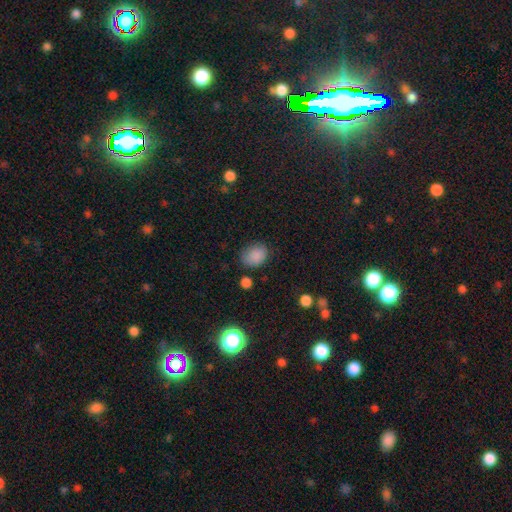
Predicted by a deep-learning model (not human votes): smooth 86%, star or artifact 10%, featured or disk 4%. Down the decision tree: how rounded — in between (58%); merging — none (72%).